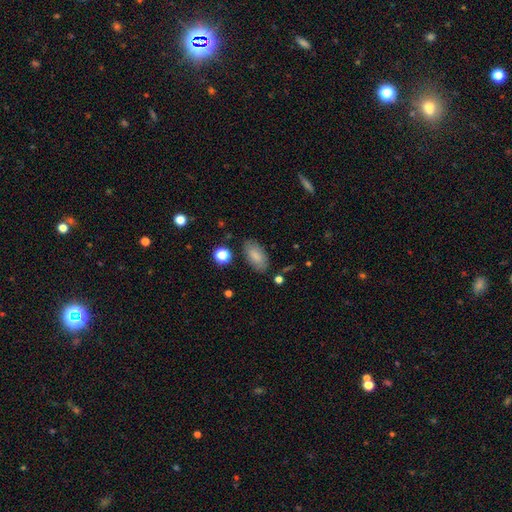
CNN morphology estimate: Smooth or featured: smooth — 83% (featured or disk — 9%)
How rounded: in between — 91% (cigar-shaped — 6%)
Merging: none — 81% (minor disturbance — 13%)